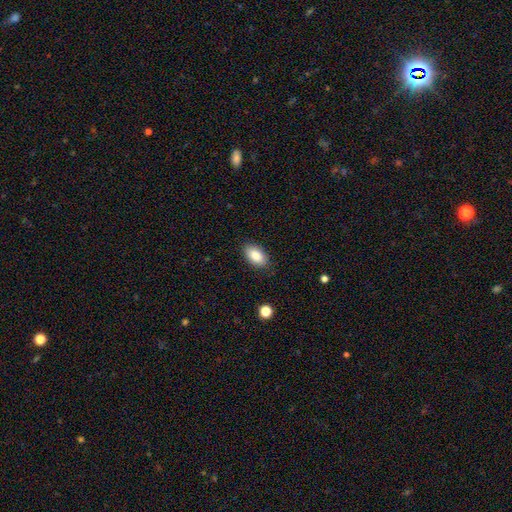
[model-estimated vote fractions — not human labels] Overall: smooth (87%). How rounded: in between (93%). Merging: none (86%).